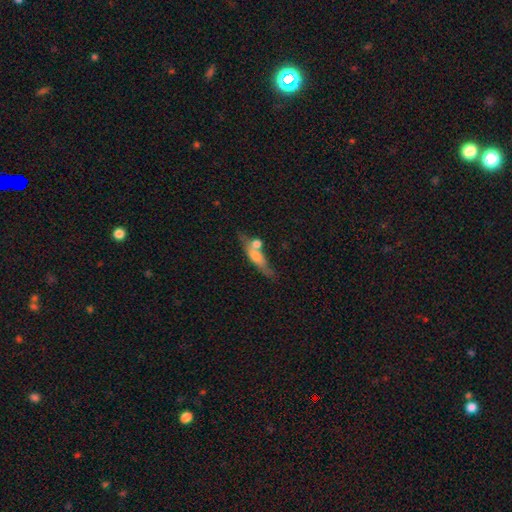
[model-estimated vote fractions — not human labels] Smooth or featured? Predicted: smooth (p=0.52). How rounded? Predicted: cigar-shaped (p=0.60). Merging? Predicted: none (p=0.43).